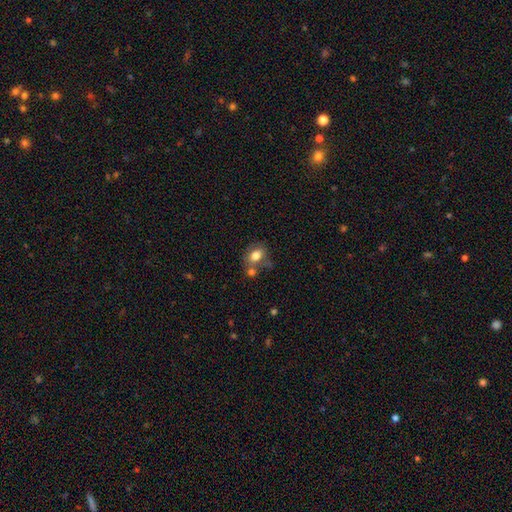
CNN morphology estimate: Smooth or featured?
  - smooth: 78% *
  - featured or disk: 13%
  - star or artifact: 9%
How rounded?
  - in between: 65% *
  - round: 33%
  - cigar-shaped: 1%
Merging?
  - none: 52% *
  - merger: 25%
  - minor disturbance: 17%
  - major disturbance: 6%